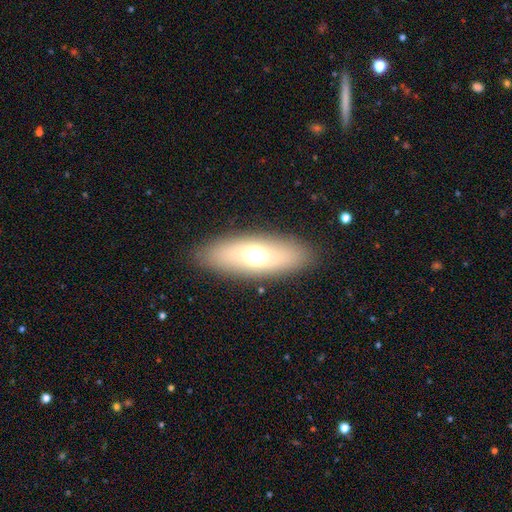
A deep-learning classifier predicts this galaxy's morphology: Smooth or featured? Predicted: smooth (p=0.60). How rounded? Predicted: in between (p=0.68). Merging? Predicted: none (p=0.87).